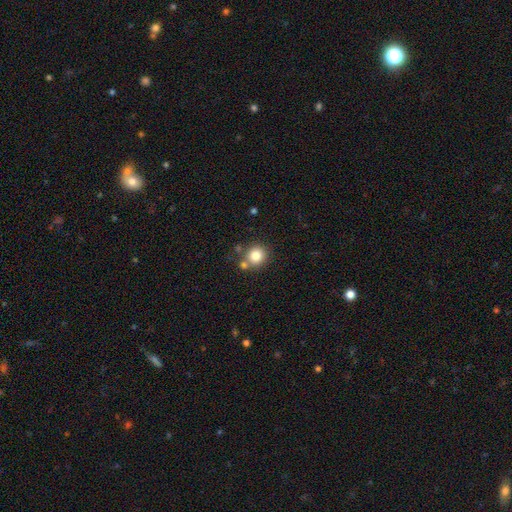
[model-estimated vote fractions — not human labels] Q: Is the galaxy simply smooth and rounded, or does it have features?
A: smooth — 82%.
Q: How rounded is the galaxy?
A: round — 88%.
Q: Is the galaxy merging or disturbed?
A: none — 70%.